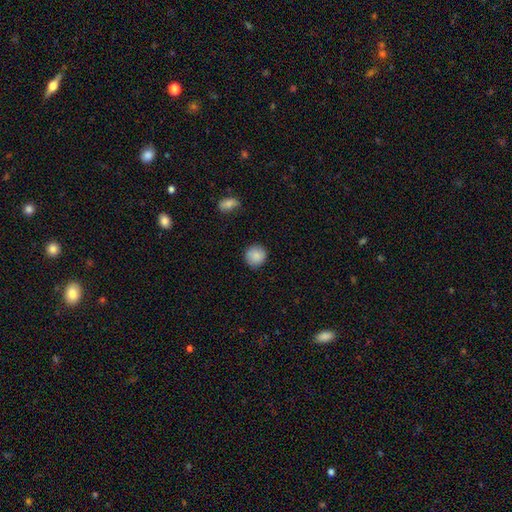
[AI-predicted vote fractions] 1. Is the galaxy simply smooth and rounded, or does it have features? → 87% smooth, 8% star or artifact, 6% featured or disk.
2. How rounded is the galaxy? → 92% round, 7% in between, 1% cigar-shaped.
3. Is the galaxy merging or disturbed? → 89% none, 8% minor disturbance, 2% major disturbance, 1% merger.